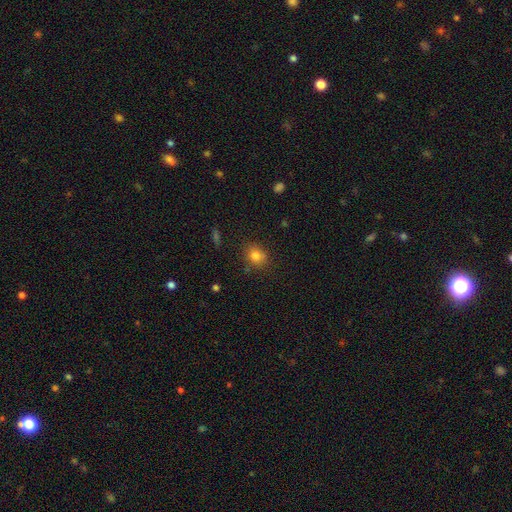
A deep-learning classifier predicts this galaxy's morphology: smooth_or_featured: smooth (p=0.81) [alt: star or artifact p=0.12]
how_rounded: round (p=0.65) [alt: in between p=0.34]
merging: none (p=0.80) [alt: minor disturbance p=0.14]